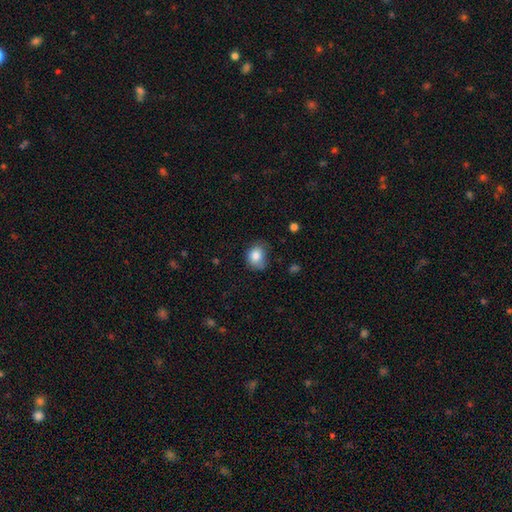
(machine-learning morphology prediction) The model was most divided on "how rounded": round: 58%, in between: 41%, cigar-shaped: 1%. More confident: smooth or featured — smooth (83%); merging — none (53%).